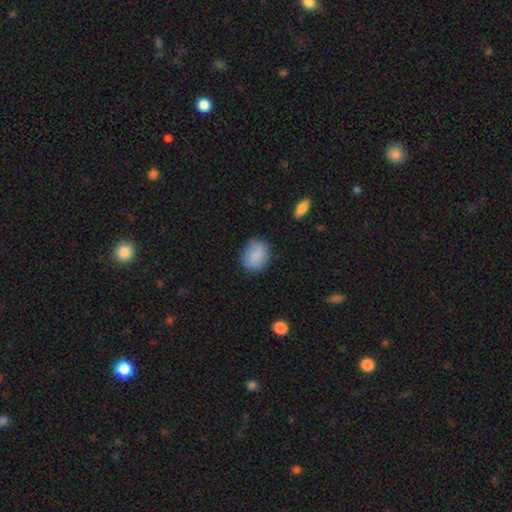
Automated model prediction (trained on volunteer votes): smooth-or-featured: smooth: 87% | star or artifact: 7% | featured or disk: 5%
  how-rounded: in between: 65% | round: 33% | cigar-shaped: 1%
  merging: none: 81% | minor disturbance: 14% | major disturbance: 3% | merger: 1%